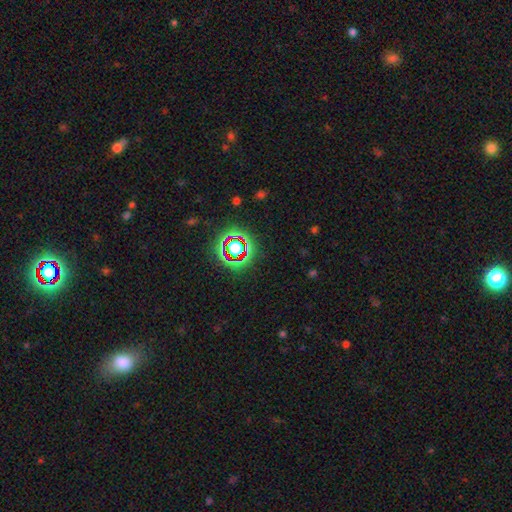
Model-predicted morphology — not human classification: This is likely a star or artifact rather than a galaxy (61%).